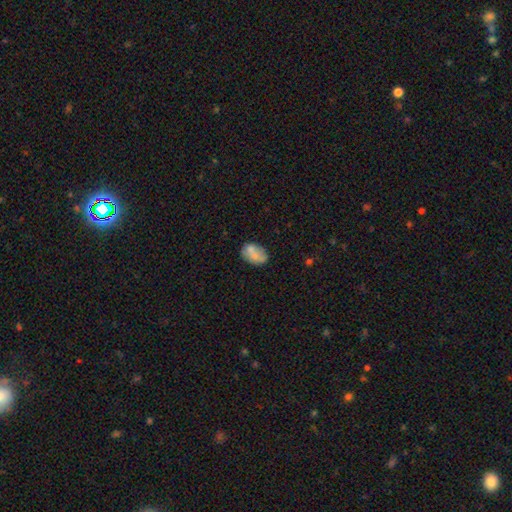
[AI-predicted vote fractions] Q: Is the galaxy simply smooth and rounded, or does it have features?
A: smooth — 69%.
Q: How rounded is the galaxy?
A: in between — 85%.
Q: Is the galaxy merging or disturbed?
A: none — 55%.